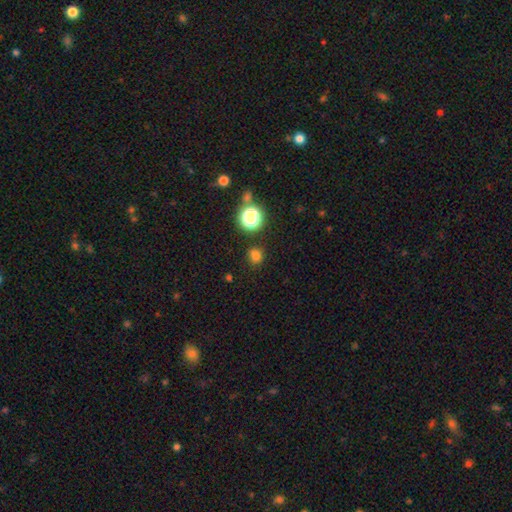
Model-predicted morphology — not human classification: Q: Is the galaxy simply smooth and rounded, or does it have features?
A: smooth — 74%.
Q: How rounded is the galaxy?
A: round — 80%.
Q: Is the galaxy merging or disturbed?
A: none — 82%.